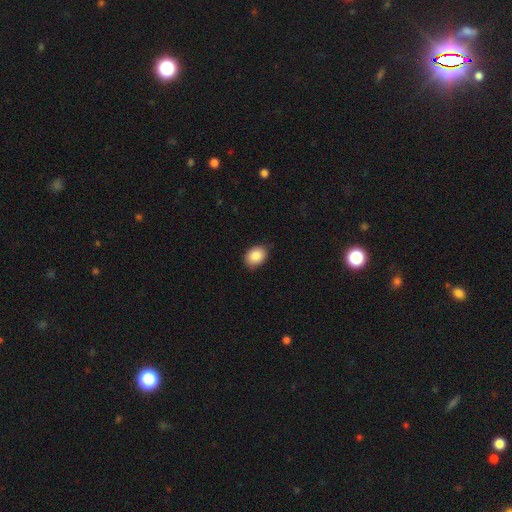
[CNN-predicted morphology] Smooth or featured?
  - smooth: 88% *
  - star or artifact: 8%
  - featured or disk: 5%
How rounded?
  - in between: 67% *
  - round: 32%
  - cigar-shaped: 1%
Merging?
  - none: 83% *
  - minor disturbance: 14%
  - major disturbance: 2%
  - merger: 1%